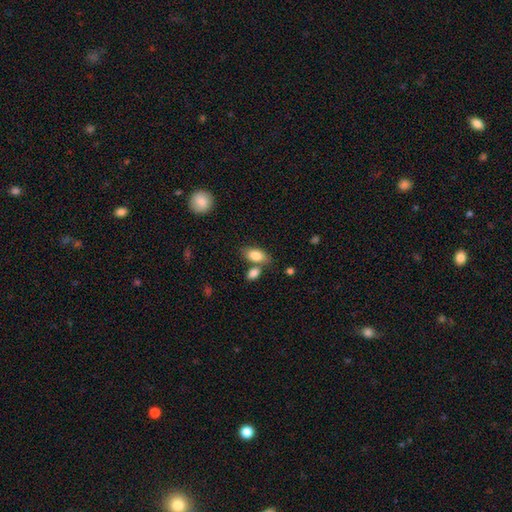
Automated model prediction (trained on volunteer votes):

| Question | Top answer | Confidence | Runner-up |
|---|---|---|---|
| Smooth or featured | smooth | 84% | featured or disk (9%) |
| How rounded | in between | 90% | round (6%) |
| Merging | none | 60% | merger (24%) |